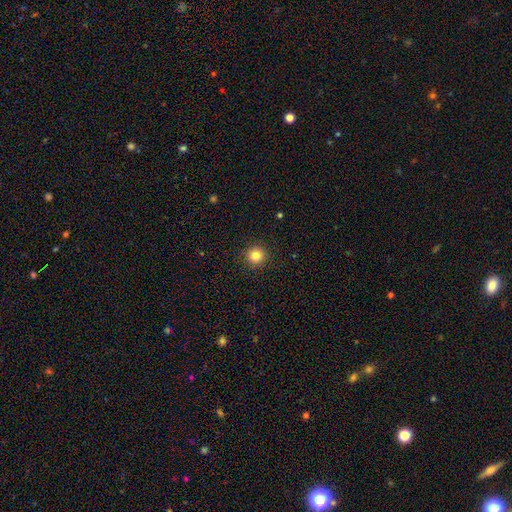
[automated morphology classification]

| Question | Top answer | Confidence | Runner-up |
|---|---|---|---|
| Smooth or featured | smooth | 84% | star or artifact (12%) |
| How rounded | round | 94% | in between (5%) |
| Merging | none | 92% | minor disturbance (5%) |